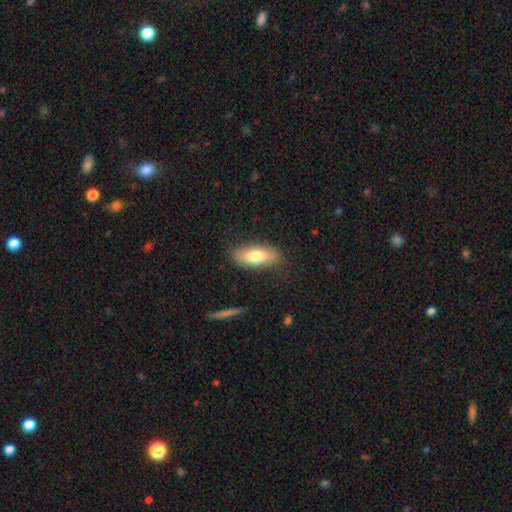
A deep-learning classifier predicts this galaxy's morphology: type=smooth (75%); roundness=in between (80%); merging=none (82%).